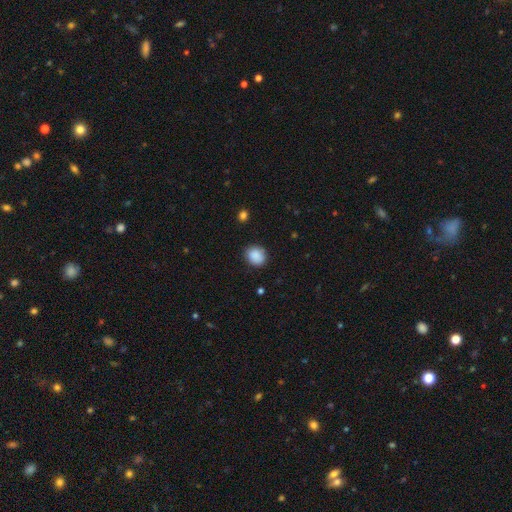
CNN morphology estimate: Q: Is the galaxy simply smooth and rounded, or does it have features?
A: smooth — 88%.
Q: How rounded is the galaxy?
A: round — 75%.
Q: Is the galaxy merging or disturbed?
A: none — 85%.